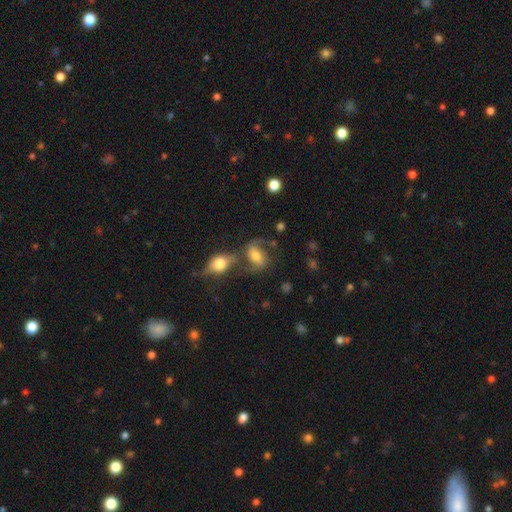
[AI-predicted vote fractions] The model was most divided on "merging" (2-way tie): none: 37%, merger: 37%, minor disturbance: 14%, major disturbance: 12%. Remaining: edge-on disk — no (95%); spiral arms — yes (84%); bulge size — moderate (56%); smooth or featured — featured or disk (54%); bar — weak (40%).